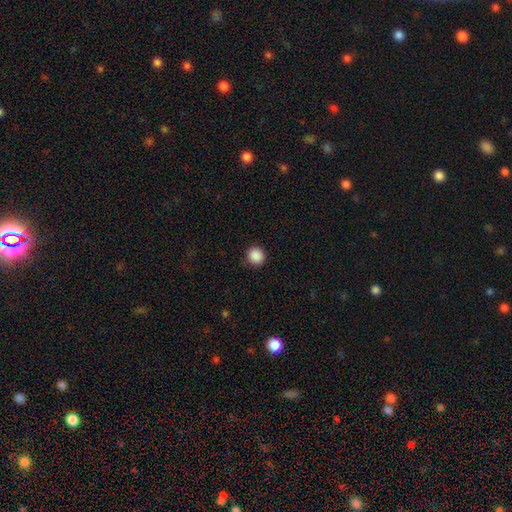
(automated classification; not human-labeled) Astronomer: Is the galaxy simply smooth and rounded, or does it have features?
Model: smooth — 89%.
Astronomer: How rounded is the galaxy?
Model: round — 89%.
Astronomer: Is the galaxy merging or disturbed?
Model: none — 88%.